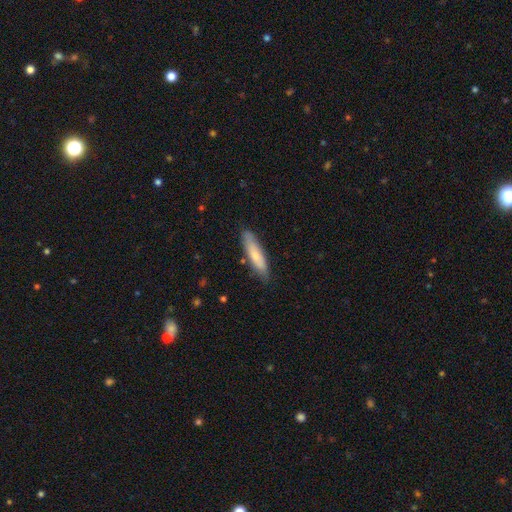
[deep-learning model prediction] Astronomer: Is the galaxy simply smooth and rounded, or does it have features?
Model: smooth — 73%.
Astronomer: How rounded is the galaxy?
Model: cigar-shaped — 75%.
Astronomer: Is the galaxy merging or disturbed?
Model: none — 80%.